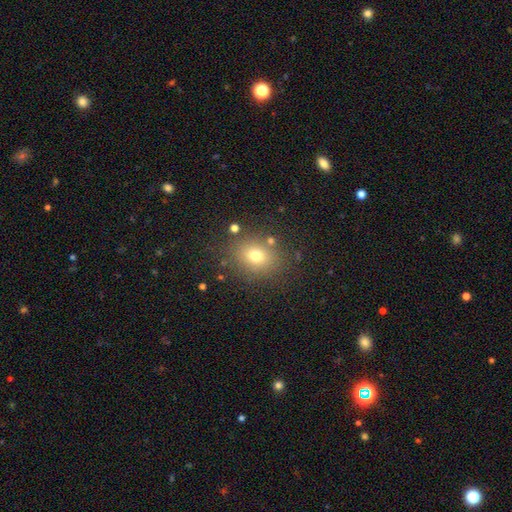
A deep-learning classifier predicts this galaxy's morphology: Overall: smooth (72%). How rounded: round (58%; in between 41%). Merging: none (82%).